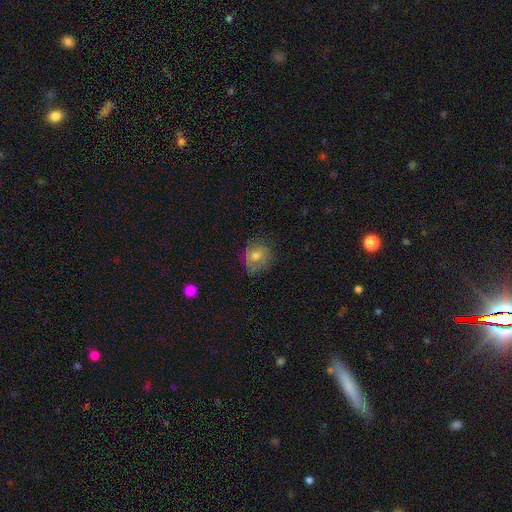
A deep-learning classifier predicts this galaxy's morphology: This appears to be a smooth galaxy with no disk features (69%) that is round (76%). Merging: none (74%).